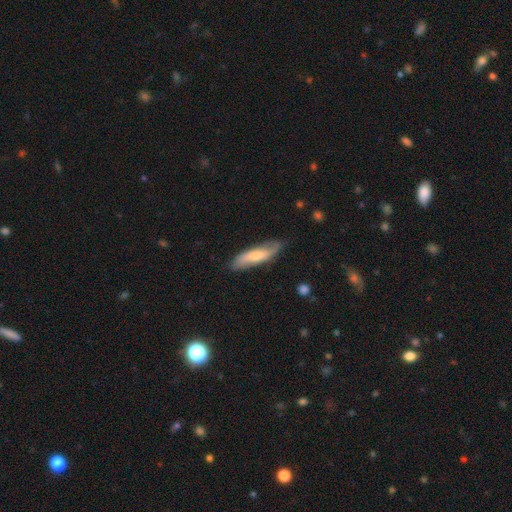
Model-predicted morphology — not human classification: Smooth or featured?
  - smooth: 51% *
  - featured or disk: 44%
  - star or artifact: 6%
How rounded?
  - cigar-shaped: 61% *
  - in between: 37%
  - round: 2%
Merging?
  - none: 72% *
  - minor disturbance: 21%
  - major disturbance: 5%
  - merger: 2%